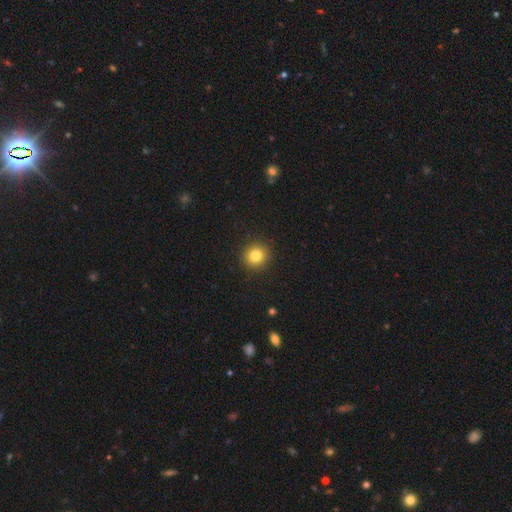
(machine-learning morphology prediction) smooth 82%, star or artifact 11%, featured or disk 6%. Down the decision tree: how rounded — round (93%); merging — none (92%).